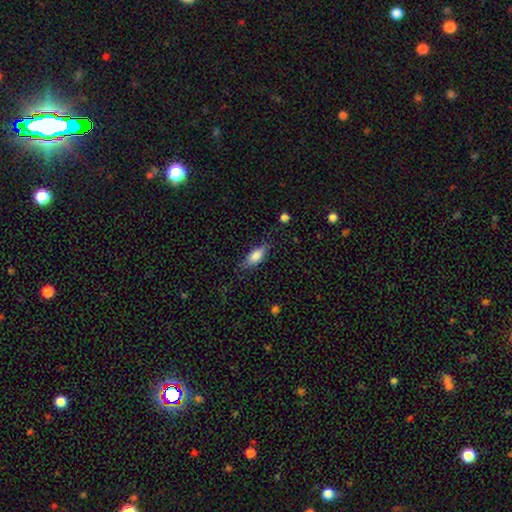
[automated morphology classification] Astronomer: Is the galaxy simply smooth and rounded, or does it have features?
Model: smooth — 79%.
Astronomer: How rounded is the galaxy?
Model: in between — 75%.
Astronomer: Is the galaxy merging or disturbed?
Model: none — 71%.